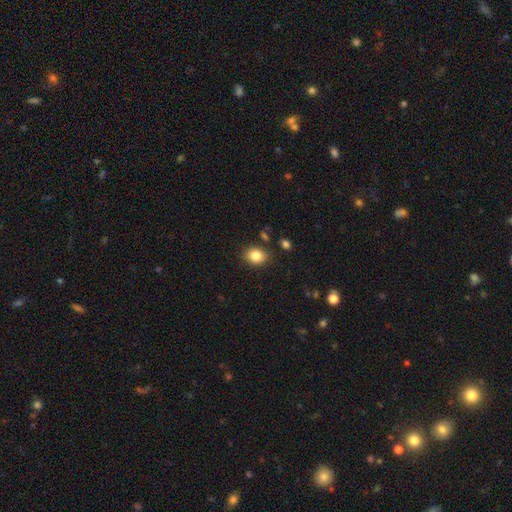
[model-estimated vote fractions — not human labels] Smooth or featured: smooth — 85% (star or artifact — 9%)
How rounded: in between — 55% (round — 44%)
Merging: none — 84% (minor disturbance — 10%)